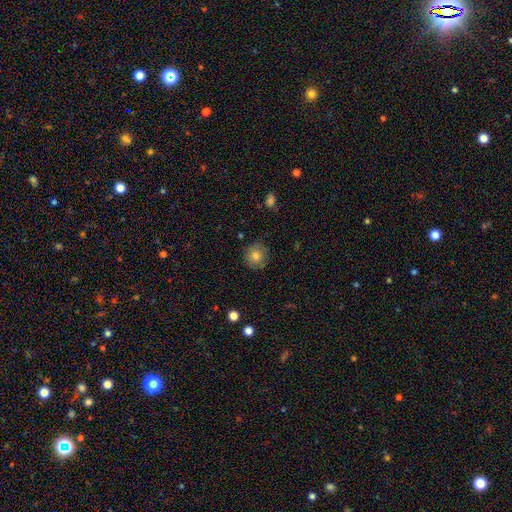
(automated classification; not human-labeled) Smooth or featured?
  - smooth: 77% *
  - featured or disk: 13%
  - star or artifact: 10%
How rounded?
  - round: 92% *
  - in between: 7%
  - cigar-shaped: 1%
Merging?
  - none: 83% *
  - minor disturbance: 13%
  - major disturbance: 3%
  - merger: 1%